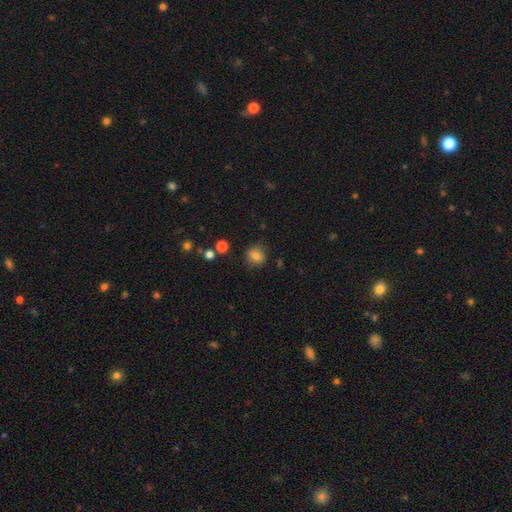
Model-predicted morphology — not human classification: smooth-or-featured: smooth: 78% | star or artifact: 12% | featured or disk: 10%
  how-rounded: round: 80% | in between: 19% | cigar-shaped: 1%
  merging: none: 83% | minor disturbance: 12% | major disturbance: 3% | merger: 2%